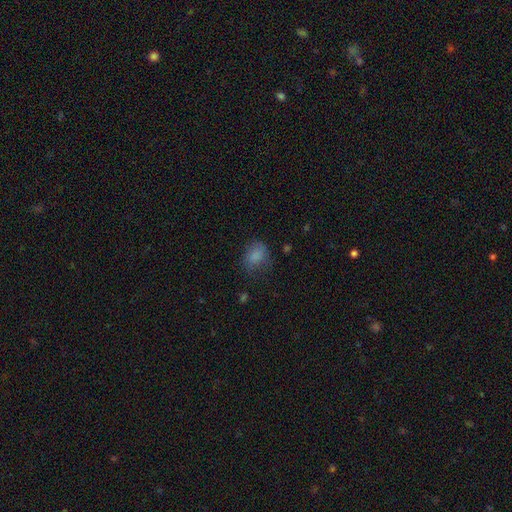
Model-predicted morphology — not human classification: A smooth galaxy with no disk features (81%) that is in between round and cigar-shaped (59%).

Vote fractions:
- Smooth or featured? smooth: 81% / star or artifact: 11% / featured or disk: 8%
- How rounded? in between: 59% / round: 40% / cigar-shaped: 1%
- Merging? none: 61% / minor disturbance: 25% / major disturbance: 12% / merger: 2%